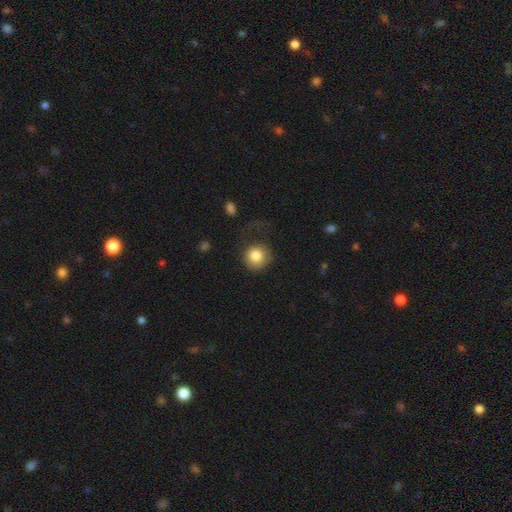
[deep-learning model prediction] smooth-or-featured: smooth: 83% | featured or disk: 8% | star or artifact: 8%
  how-rounded: round: 90% | in between: 9% | cigar-shaped: 1%
  merging: none: 55% | major disturbance: 23% | minor disturbance: 19% | merger: 2%